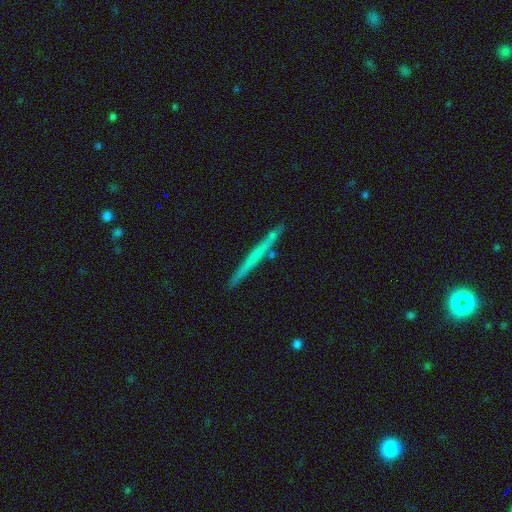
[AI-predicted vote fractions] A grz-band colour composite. It shows a featured or disk galaxy (49%). Merging: none (87%).